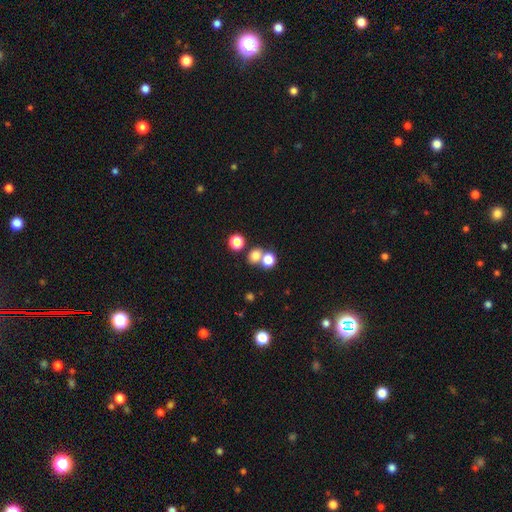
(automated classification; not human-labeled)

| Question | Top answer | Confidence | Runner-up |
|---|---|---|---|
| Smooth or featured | smooth | 76% | star or artifact (16%) |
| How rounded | round | 69% | in between (30%) |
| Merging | none | 51% | merger (37%) |